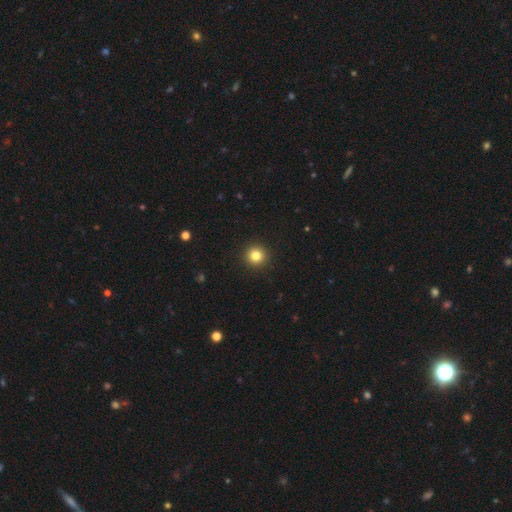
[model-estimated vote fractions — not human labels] smooth 82%, star or artifact 12%, featured or disk 6%. Down the decision tree: how rounded — round (95%); merging — none (93%).